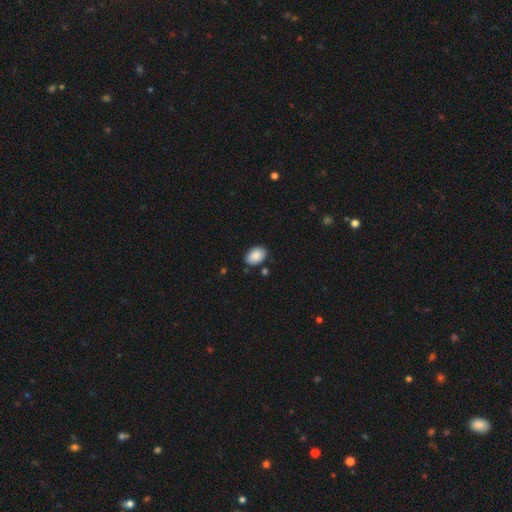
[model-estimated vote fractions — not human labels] smooth-or-featured: smooth: 88% | star or artifact: 7% | featured or disk: 5%
  how-rounded: in between: 87% | round: 12% | cigar-shaped: 1%
  merging: none: 82% | minor disturbance: 13% | merger: 3% | major disturbance: 3%